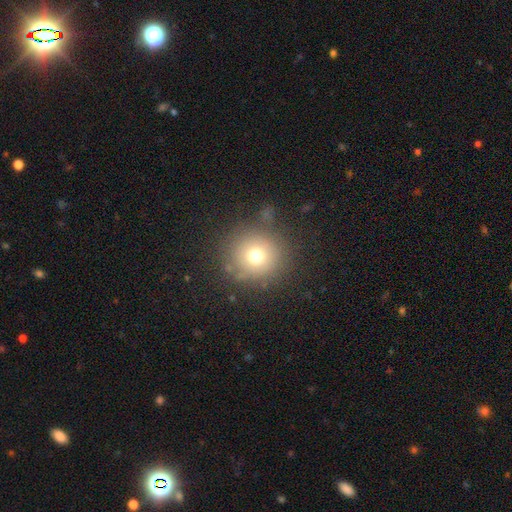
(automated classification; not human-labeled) Smooth or featured?
  - smooth: 71% *
  - star or artifact: 15%
  - featured or disk: 14%
How rounded?
  - round: 93% *
  - in between: 6%
  - cigar-shaped: 1%
Merging?
  - none: 80% *
  - minor disturbance: 11%
  - major disturbance: 6%
  - merger: 3%